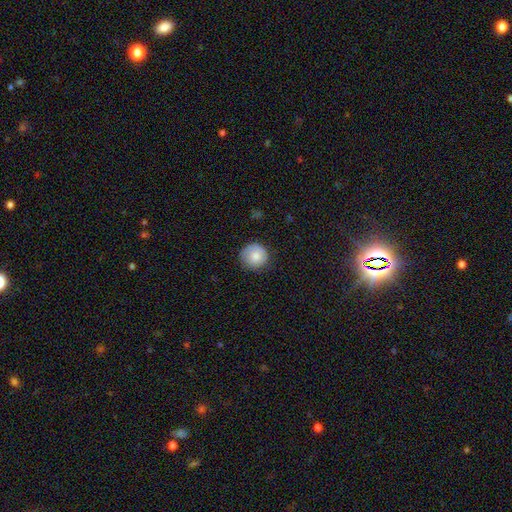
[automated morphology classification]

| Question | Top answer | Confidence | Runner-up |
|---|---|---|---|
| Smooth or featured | smooth | 83% | featured or disk (10%) |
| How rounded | round | 94% | in between (5%) |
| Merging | none | 82% | minor disturbance (14%) |